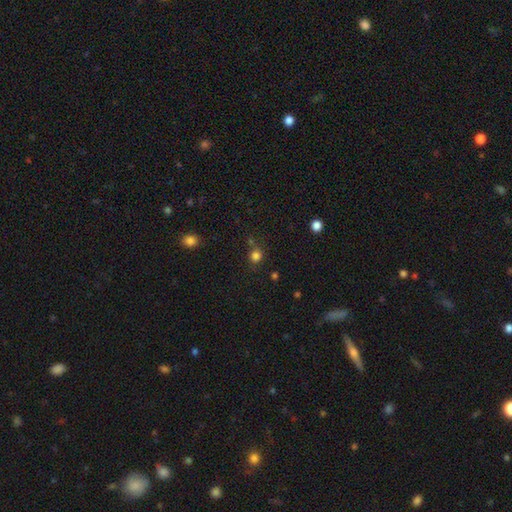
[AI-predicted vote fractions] The model was most divided on "merging": none: 71%, merger: 13%, minor disturbance: 12%, major disturbance: 4%. More confident: how rounded — round (88%); smooth or featured — smooth (79%).